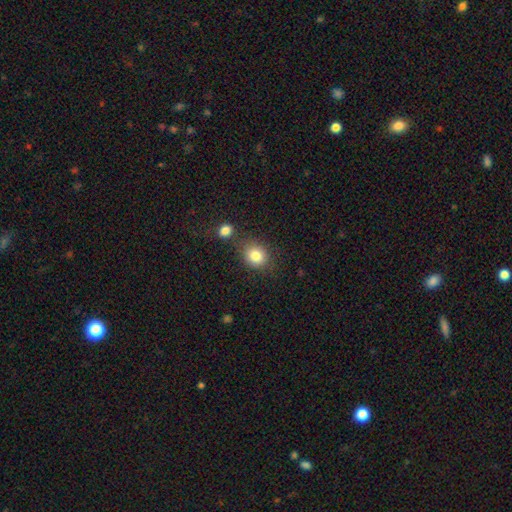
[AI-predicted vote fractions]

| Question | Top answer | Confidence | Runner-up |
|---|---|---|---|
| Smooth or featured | smooth | 83% | star or artifact (10%) |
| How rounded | round | 68% | in between (31%) |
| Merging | none | 73% | minor disturbance (13%) |